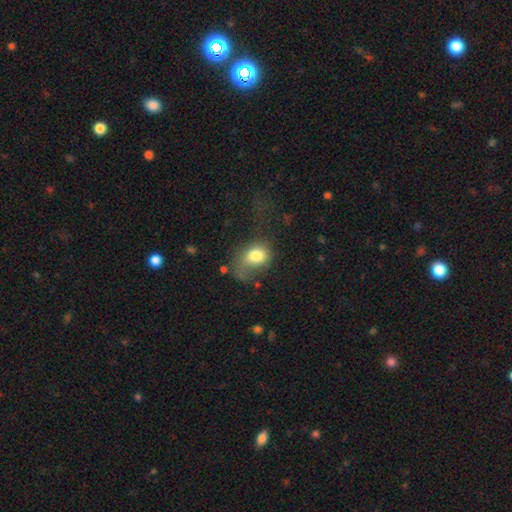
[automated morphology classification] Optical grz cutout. It shows a smooth galaxy with no disk features (76%) that is in between round and cigar-shaped (62%). Merging: major disturbance (39%).